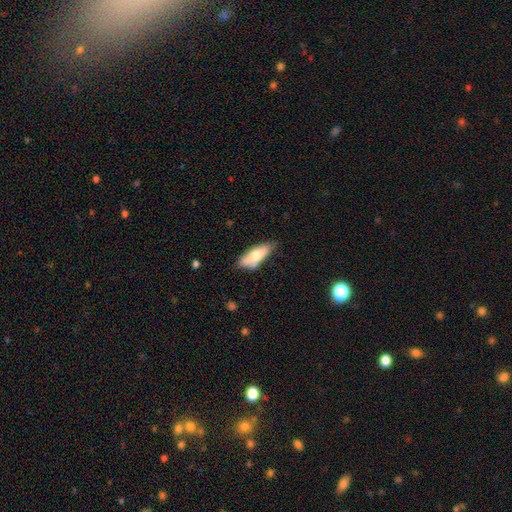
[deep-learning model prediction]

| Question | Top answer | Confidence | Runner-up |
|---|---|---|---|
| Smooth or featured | smooth | 66% | featured or disk (28%) |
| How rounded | in between | 73% | cigar-shaped (24%) |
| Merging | none | 56% | minor disturbance (29%) |